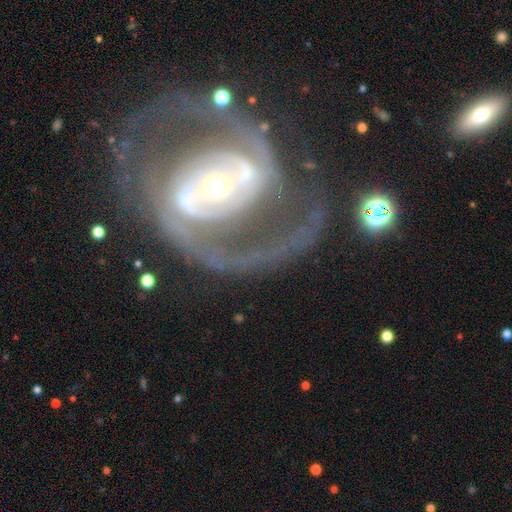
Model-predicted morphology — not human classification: This is clearly a featured or disk galaxy (89%). It is clearly not viewed edge-on (97%). Bar: marginally no (43%). Spiral arm pattern: clearly yes (94%). Spiral arm count: likely 2 (80%). Spiral winding: possibly medium (49%). Central bulge: possibly small (53%). Merging: possibly none (60%).